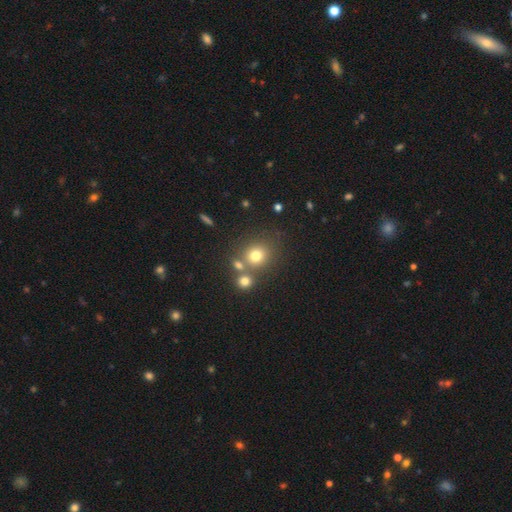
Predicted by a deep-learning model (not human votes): Smooth or featured? smooth (74%)
How rounded? round (82%)
Merging? none (61%)